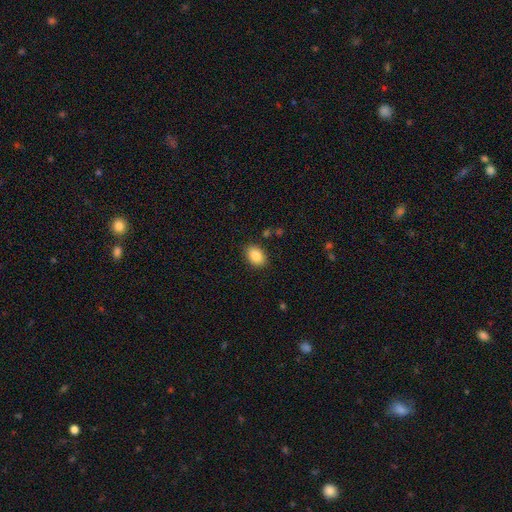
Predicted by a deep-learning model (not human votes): Smooth or featured?
  - smooth: 87% *
  - star or artifact: 8%
  - featured or disk: 5%
How rounded?
  - in between: 80% *
  - round: 19%
  - cigar-shaped: 1%
Merging?
  - none: 87% *
  - minor disturbance: 9%
  - major disturbance: 2%
  - merger: 1%